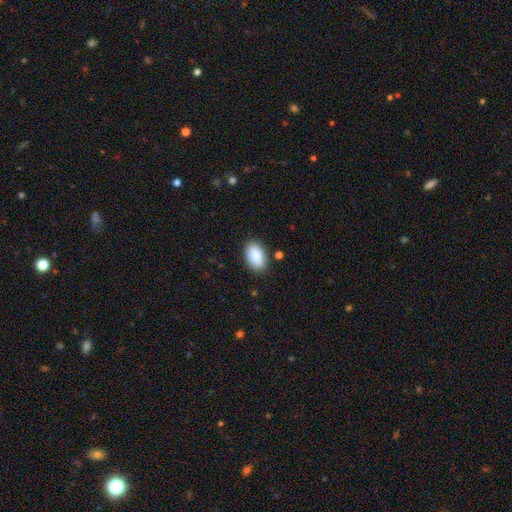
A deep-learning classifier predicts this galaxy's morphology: Smooth or featured? smooth (90%)
How rounded? in between (93%)
Merging? none (85%)